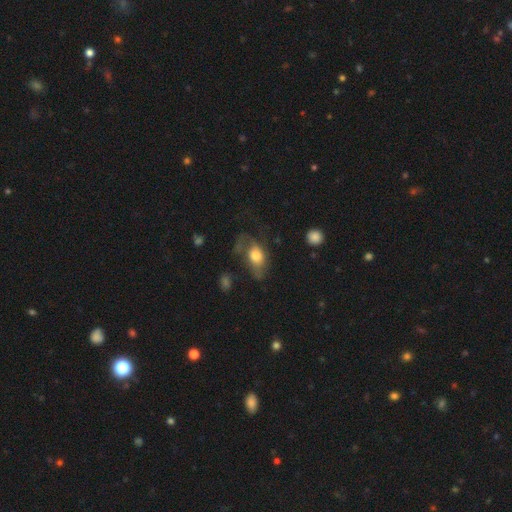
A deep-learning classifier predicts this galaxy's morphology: Q: Smooth or featured?
A: smooth (59%); runner-up: featured or disk (33%)
Q: How rounded?
A: in between (81%); runner-up: round (15%)
Q: Merging?
A: major disturbance (40%); runner-up: none (32%)